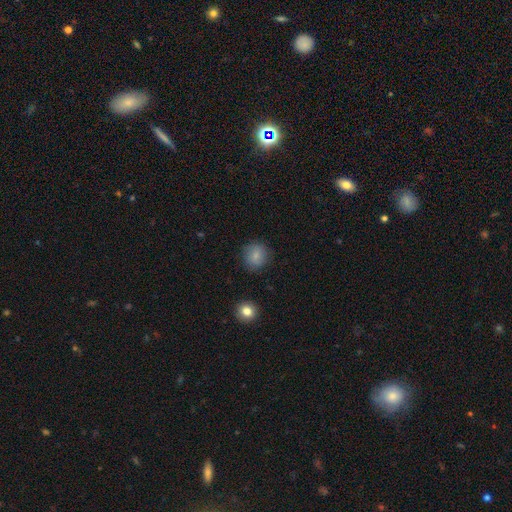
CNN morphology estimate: Smooth or featured: smooth — 81% (star or artifact — 9%)
How rounded: round — 88% (in between — 11%)
Merging: none — 85% (minor disturbance — 10%)